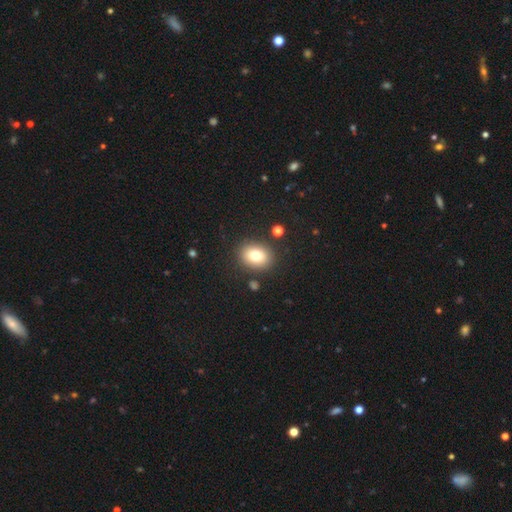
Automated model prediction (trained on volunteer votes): Smooth or featured?
  - smooth: 78% *
  - featured or disk: 12%
  - star or artifact: 11%
How rounded?
  - round: 50% *
  - in between: 49%
  - cigar-shaped: 1%
Merging?
  - none: 86% *
  - minor disturbance: 8%
  - merger: 3%
  - major disturbance: 3%